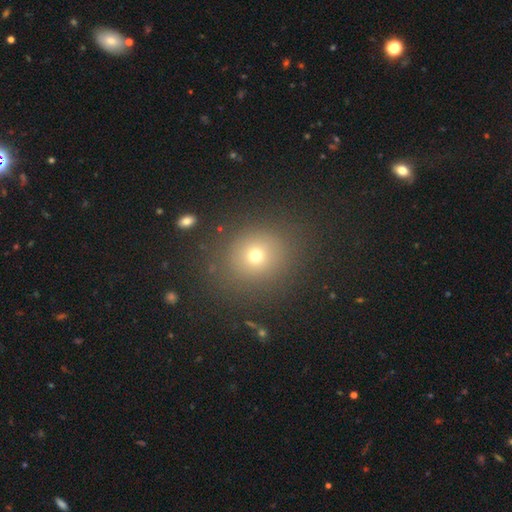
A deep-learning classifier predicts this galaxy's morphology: smooth_or_featured: smooth (p=0.69) [alt: star or artifact p=0.21]
how_rounded: round (p=0.78) [alt: in between p=0.22]
merging: none (p=0.85) [alt: minor disturbance p=0.09]